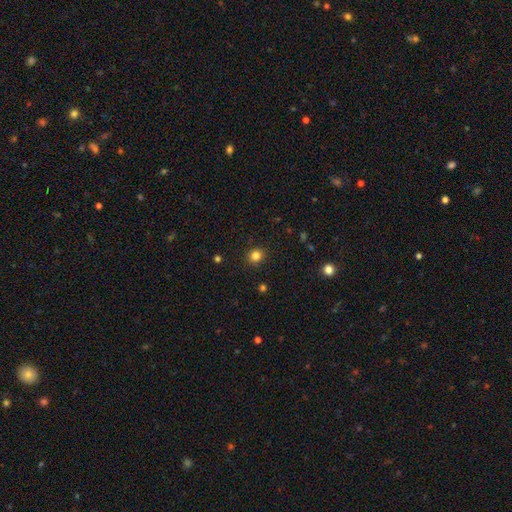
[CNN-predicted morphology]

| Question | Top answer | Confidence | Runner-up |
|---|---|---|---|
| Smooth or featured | smooth | 83% | star or artifact (13%) |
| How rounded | round | 88% | in between (11%) |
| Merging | none | 91% | minor disturbance (6%) |